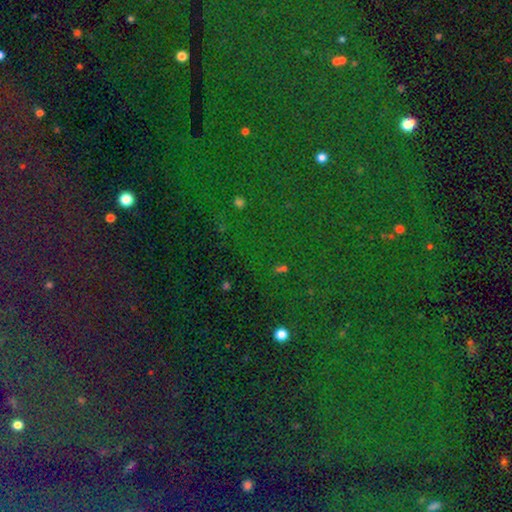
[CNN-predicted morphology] star or artifact 82%, smooth 10%, featured or disk 7%.